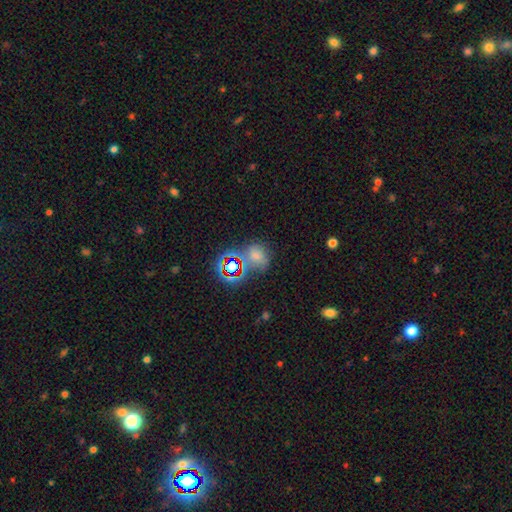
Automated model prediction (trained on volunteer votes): A star or artifact, not a galaxy (52%).

Vote fractions:
- Smooth or featured? star or artifact: 52% / smooth: 35% / featured or disk: 13%